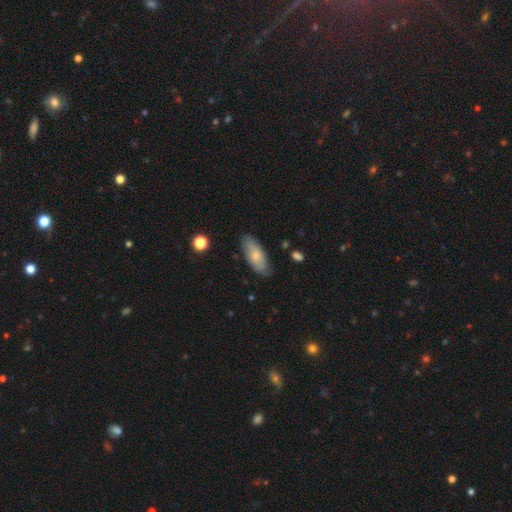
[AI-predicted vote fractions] Q: Smooth or featured?
A: smooth (75%); runner-up: featured or disk (19%)
Q: How rounded?
A: in between (81%); runner-up: cigar-shaped (17%)
Q: Merging?
A: none (82%); runner-up: minor disturbance (14%)